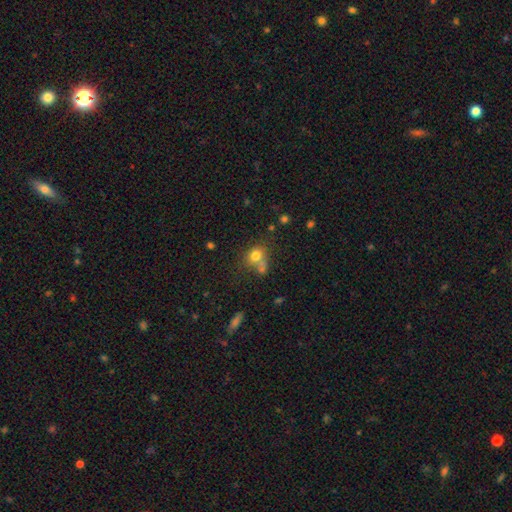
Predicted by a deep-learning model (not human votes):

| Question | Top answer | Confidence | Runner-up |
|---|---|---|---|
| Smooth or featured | smooth | 75% | star or artifact (14%) |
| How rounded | round | 62% | in between (37%) |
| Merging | none | 46% | merger (32%) |